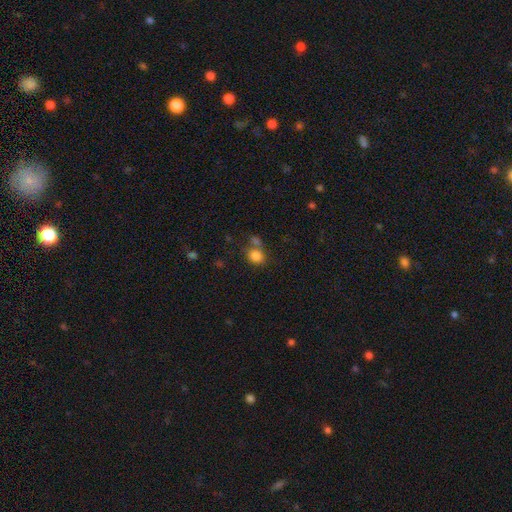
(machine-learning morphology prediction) type=smooth (83%); roundness=round (65%); merging=none (54%).